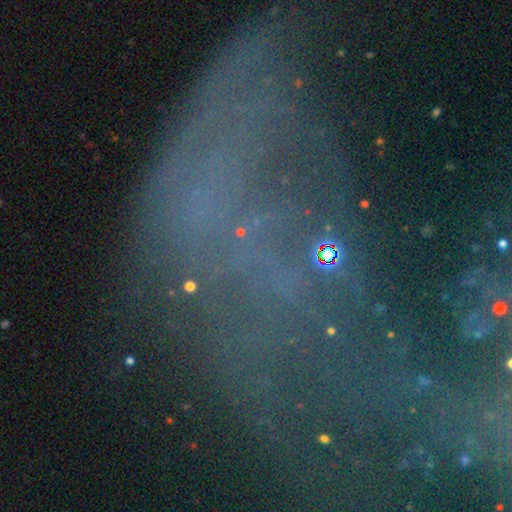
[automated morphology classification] smooth-or-featured: star or artifact: 52% | featured or disk: 31% | smooth: 16%